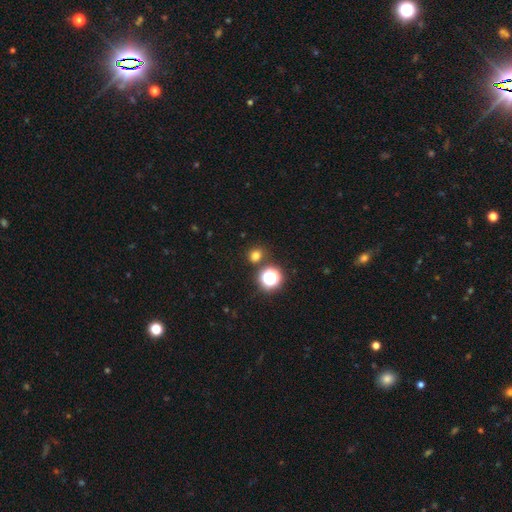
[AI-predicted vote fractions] Smooth or featured?
  - smooth: 71% *
  - star or artifact: 23%
  - featured or disk: 6%
How rounded?
  - round: 78% *
  - in between: 21%
  - cigar-shaped: 1%
Merging?
  - none: 82% *
  - minor disturbance: 8%
  - merger: 7%
  - major disturbance: 3%